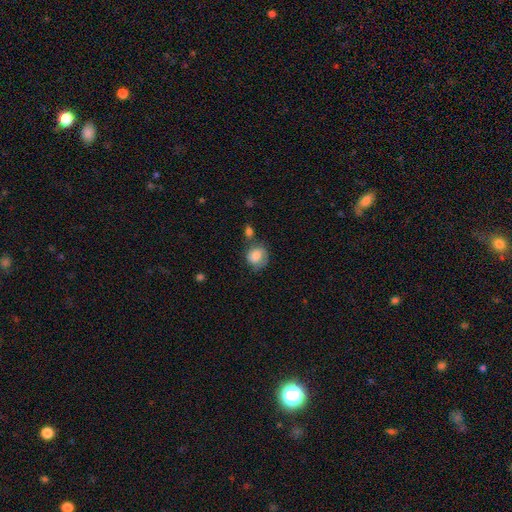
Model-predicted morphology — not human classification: Smooth or featured?
  - smooth: 77% *
  - featured or disk: 15%
  - star or artifact: 8%
How rounded?
  - round: 70% *
  - in between: 29%
  - cigar-shaped: 1%
Merging?
  - none: 52% *
  - minor disturbance: 25%
  - merger: 13%
  - major disturbance: 10%